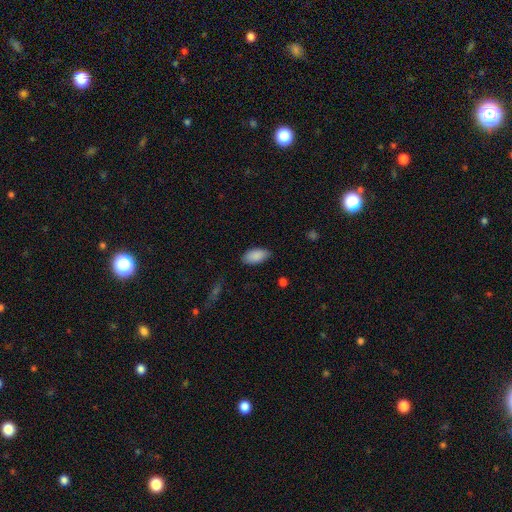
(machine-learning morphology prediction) A smooth galaxy with no disk features (89%) that is in between round and cigar-shaped (94%). Merging: none (82%).